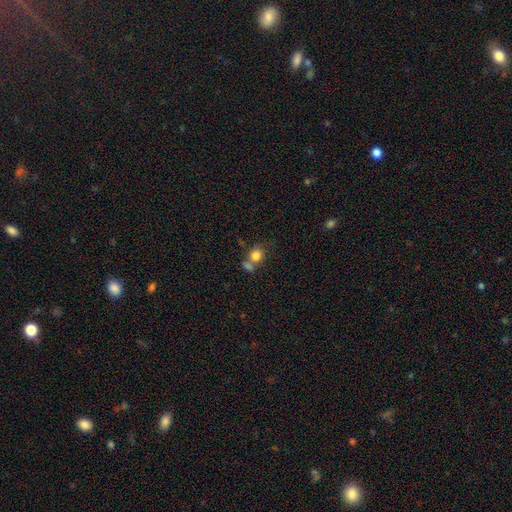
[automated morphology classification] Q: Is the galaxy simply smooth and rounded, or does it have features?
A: smooth — 80%.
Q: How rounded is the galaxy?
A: round — 78%.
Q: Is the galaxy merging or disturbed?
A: merger — 44%.